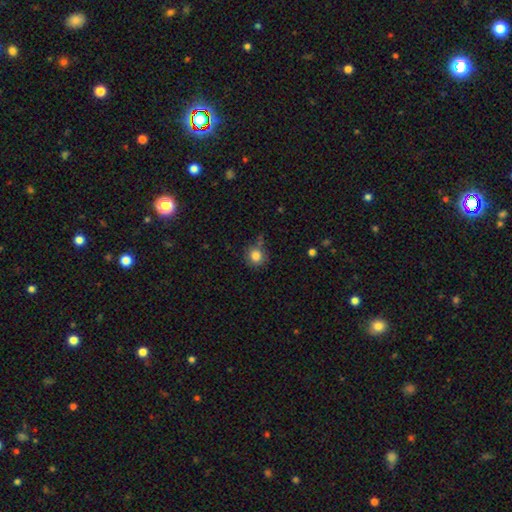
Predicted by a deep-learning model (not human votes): Smooth or featured? smooth (84%)
How rounded? round (87%)
Merging? none (68%)